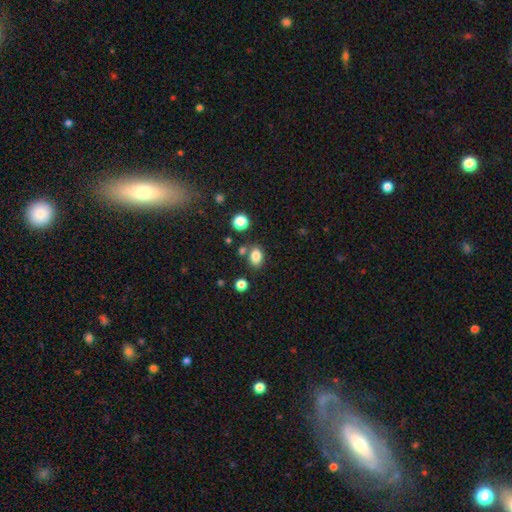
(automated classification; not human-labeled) Smooth or featured?
  - smooth: 83% *
  - star or artifact: 11%
  - featured or disk: 6%
How rounded?
  - in between: 71% *
  - round: 28%
  - cigar-shaped: 1%
Merging?
  - none: 72% *
  - minor disturbance: 13%
  - merger: 11%
  - major disturbance: 4%